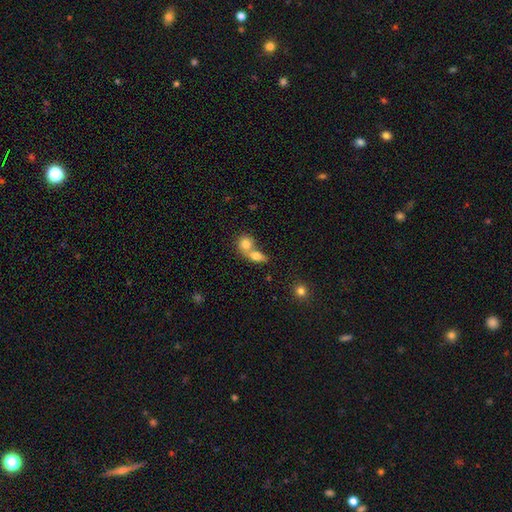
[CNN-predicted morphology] A smooth galaxy with no disk features (78%) that is in between round and cigar-shaped (64%). Merging: merger (67%).